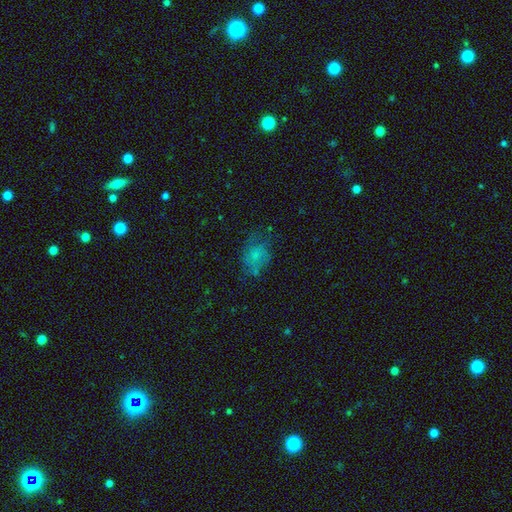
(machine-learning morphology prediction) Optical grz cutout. It shows a smooth galaxy with no disk features (62%) that is in between round and cigar-shaped (65%). Merging: none (52%).